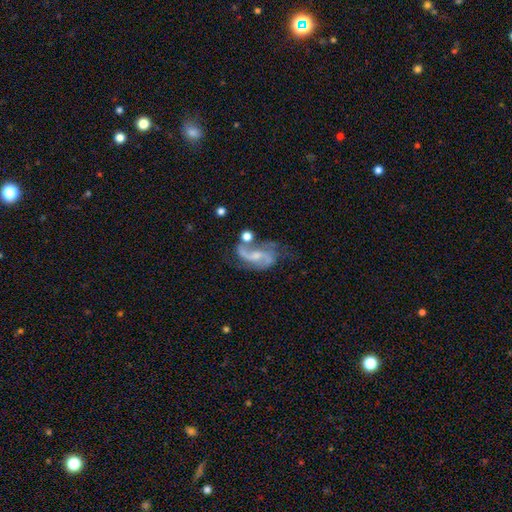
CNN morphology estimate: type=featured or disk (84%); edge-on=no (97%); bar=no (44%); spiral arms=yes (94%); winding=loose (53%); arm count=2 (84%); bulge=small (49%); merging=none (39%).